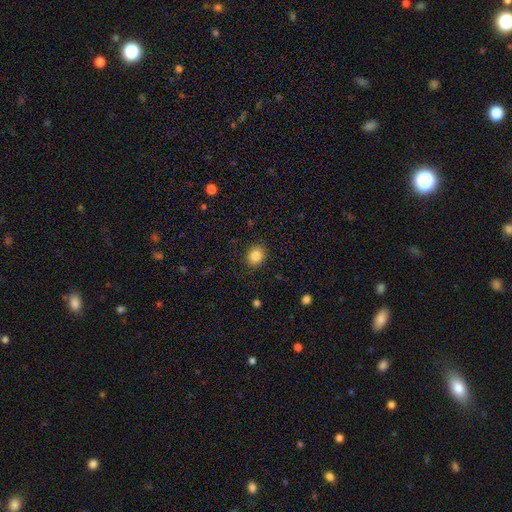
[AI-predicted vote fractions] Morphology: type=smooth (85%); roundness=round (60%); merging=none (88%).